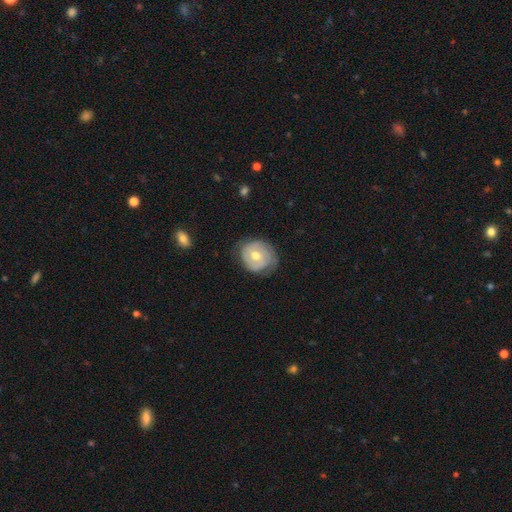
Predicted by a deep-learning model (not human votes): This is likely a featured or disk galaxy (63%). It is clearly not viewed edge-on (97%). Bar: likely no (66%). Spiral arm pattern: likely yes (77%). Central bulge: likely moderate (72%). Merging: likely none (65%).